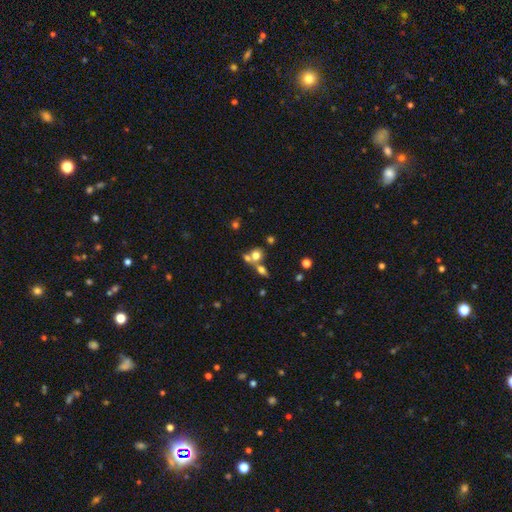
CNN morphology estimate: type=smooth (67%); roundness=round (69%); merging=merger (48%).